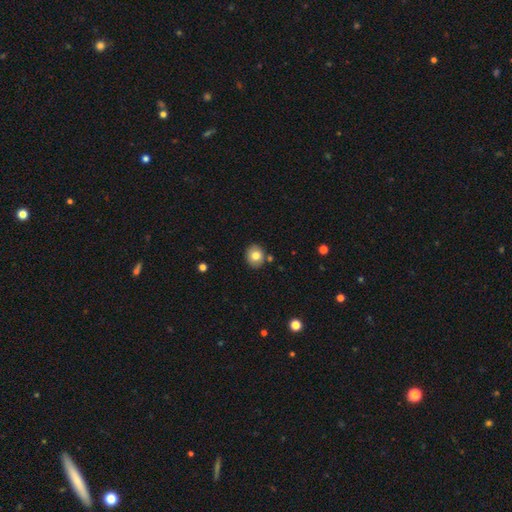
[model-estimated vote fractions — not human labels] smooth 80%, featured or disk 11%, star or artifact 10%. Down the decision tree: how rounded — round (73%); merging — none (85%).